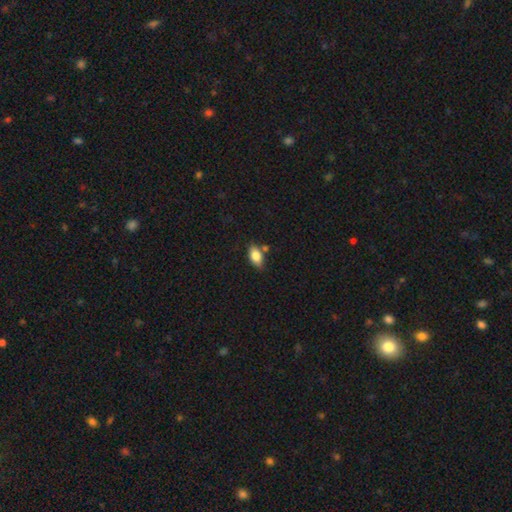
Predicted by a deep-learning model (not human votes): Smooth or featured? Predicted: smooth (p=0.81). How rounded? Predicted: in between (p=0.88). Merging? Predicted: none (p=0.69).